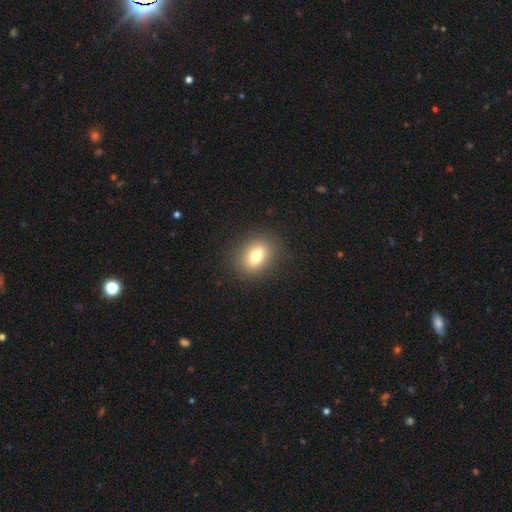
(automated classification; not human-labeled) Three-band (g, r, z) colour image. It shows a smooth galaxy with no disk features (73%) that is in between round and cigar-shaped (67%). Merging: none (88%).